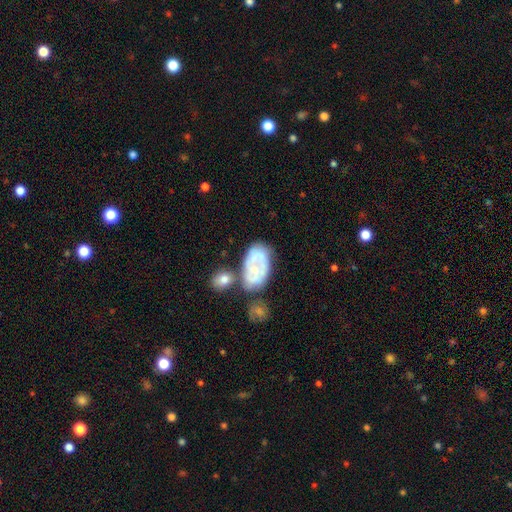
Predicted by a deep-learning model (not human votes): This appears to be a featured or disk galaxy (60%) with no bar (76%), spiral arms (54%) and a small central bulge (47%). Merging: none (39%).